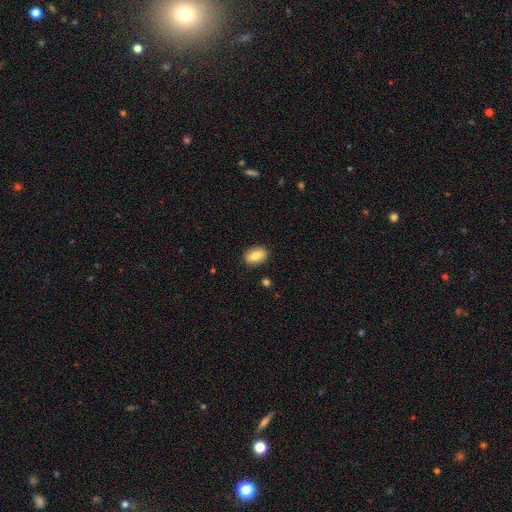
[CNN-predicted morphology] type=smooth (82%); roundness=in between (86%); merging=none (87%).